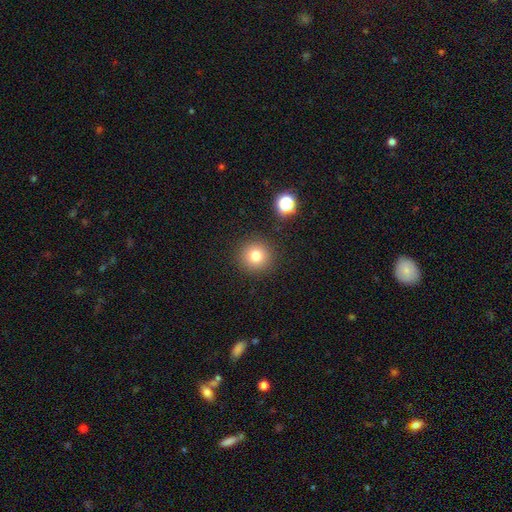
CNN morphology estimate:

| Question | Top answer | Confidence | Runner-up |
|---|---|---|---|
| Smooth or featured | smooth | 77% | star or artifact (14%) |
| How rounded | round | 95% | in between (4%) |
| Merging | none | 90% | minor disturbance (6%) |